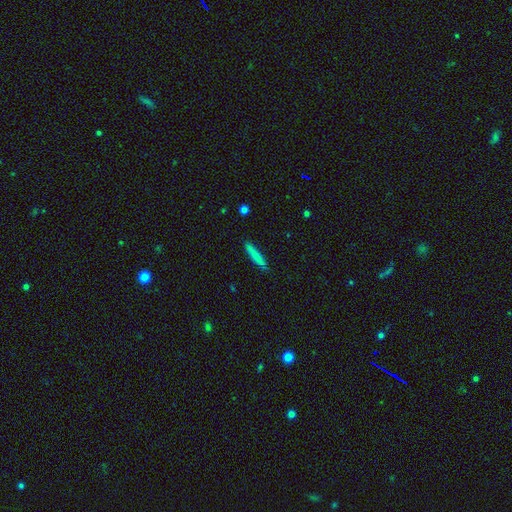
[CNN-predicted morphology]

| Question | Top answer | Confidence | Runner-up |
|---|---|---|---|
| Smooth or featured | smooth | 77% | featured or disk (17%) |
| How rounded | cigar-shaped | 93% | in between (5%) |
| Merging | none | 87% | minor disturbance (10%) |